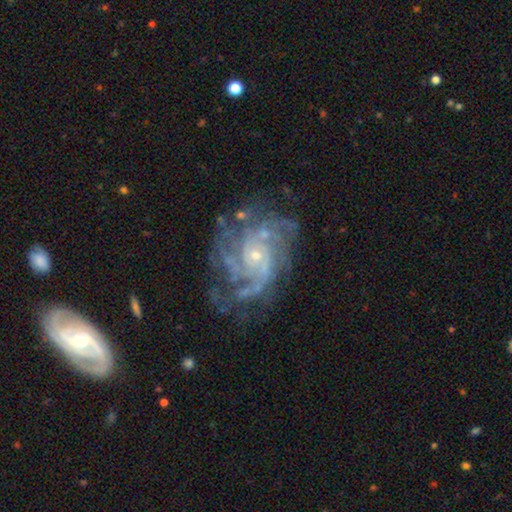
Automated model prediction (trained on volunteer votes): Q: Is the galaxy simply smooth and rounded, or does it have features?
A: featured or disk — 88%.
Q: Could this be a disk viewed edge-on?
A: no — 97%.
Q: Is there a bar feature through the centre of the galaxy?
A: no — 73%.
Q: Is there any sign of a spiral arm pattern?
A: yes — 97%.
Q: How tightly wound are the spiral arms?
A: tight — 56%.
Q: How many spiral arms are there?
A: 4 — 29%.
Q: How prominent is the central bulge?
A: small — 75%.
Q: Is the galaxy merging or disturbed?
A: none — 67%.